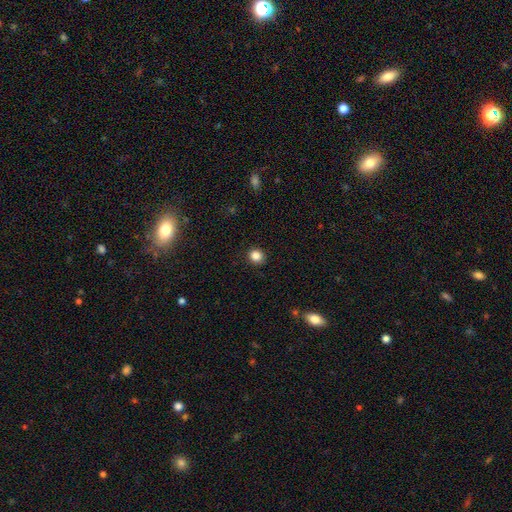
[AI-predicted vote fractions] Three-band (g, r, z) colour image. It shows a smooth galaxy with no disk features (85%) that is round (83%). Merging: none (91%).